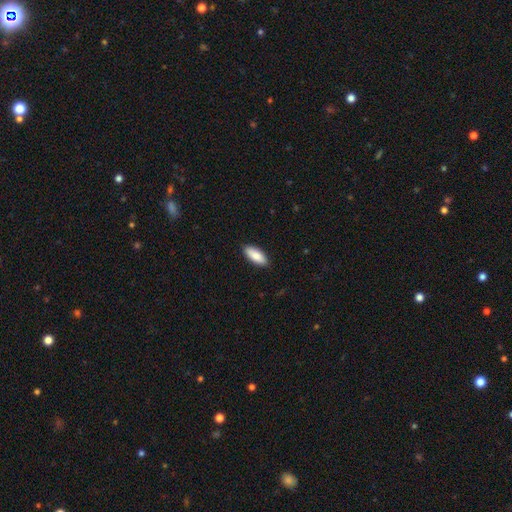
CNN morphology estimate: Overall: smooth (86%). How rounded: in between (77%). Merging: none (89%).